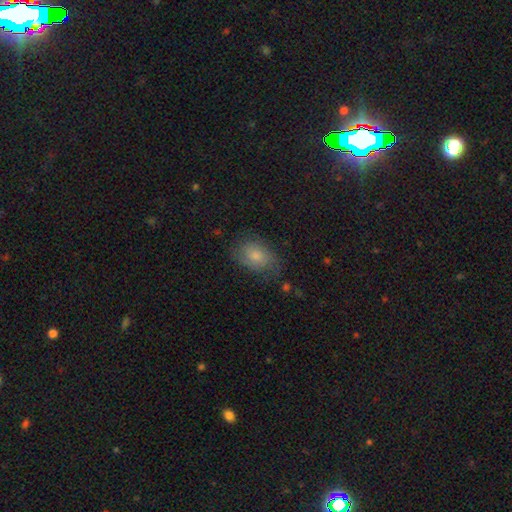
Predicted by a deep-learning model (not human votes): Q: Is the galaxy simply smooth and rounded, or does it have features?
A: smooth — 71%.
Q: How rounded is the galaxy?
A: in between — 79%.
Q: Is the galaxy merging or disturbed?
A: none — 63%.